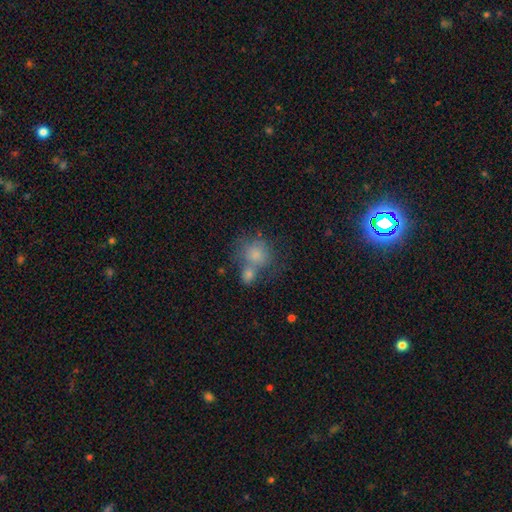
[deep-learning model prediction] smooth_or_featured: smooth (p=0.76) [alt: featured or disk p=0.13]
how_rounded: round (p=0.75) [alt: in between p=0.24]
merging: merger (p=0.44) [alt: none p=0.35]